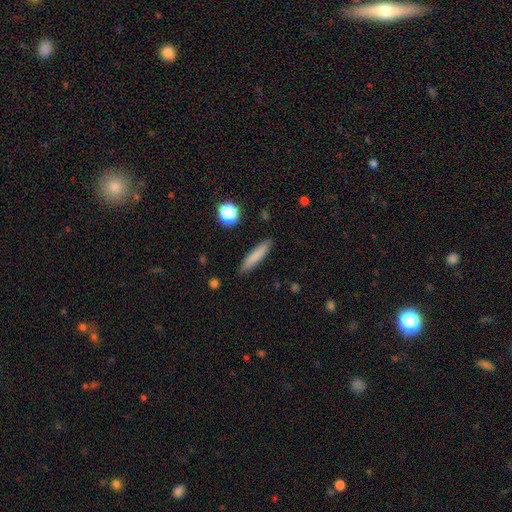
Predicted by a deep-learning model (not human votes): Smooth or featured?
  - smooth: 79% *
  - featured or disk: 13%
  - star or artifact: 8%
How rounded?
  - cigar-shaped: 85% *
  - in between: 13%
  - round: 2%
Merging?
  - none: 88% *
  - minor disturbance: 9%
  - major disturbance: 2%
  - merger: 1%